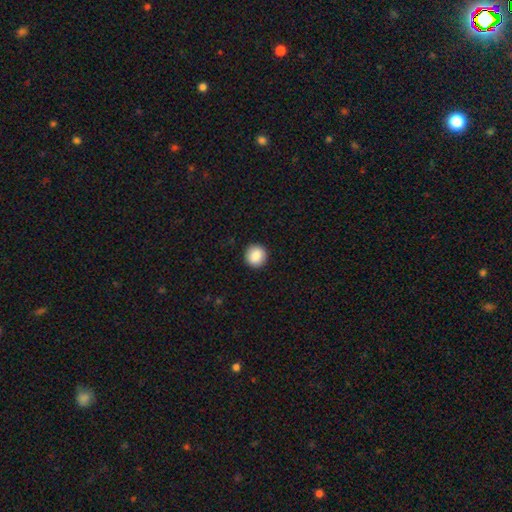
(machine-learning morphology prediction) Smooth or featured?
  - smooth: 87% *
  - star or artifact: 8%
  - featured or disk: 5%
How rounded?
  - round: 93% *
  - in between: 6%
  - cigar-shaped: 1%
Merging?
  - none: 93% *
  - minor disturbance: 5%
  - major disturbance: 2%
  - merger: 1%